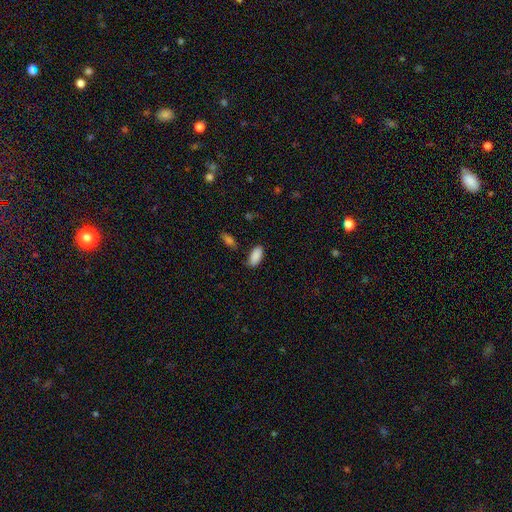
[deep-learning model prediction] Morphology: type=smooth (89%); roundness=in between (92%); merging=none (83%).